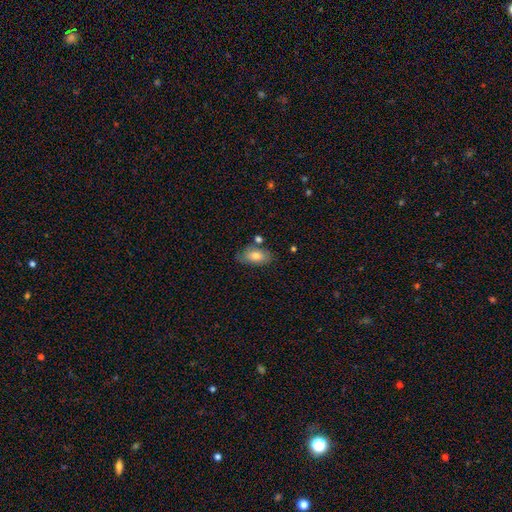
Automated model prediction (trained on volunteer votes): Smooth or featured? smooth (75%)
How rounded? in between (91%)
Merging? none (68%)